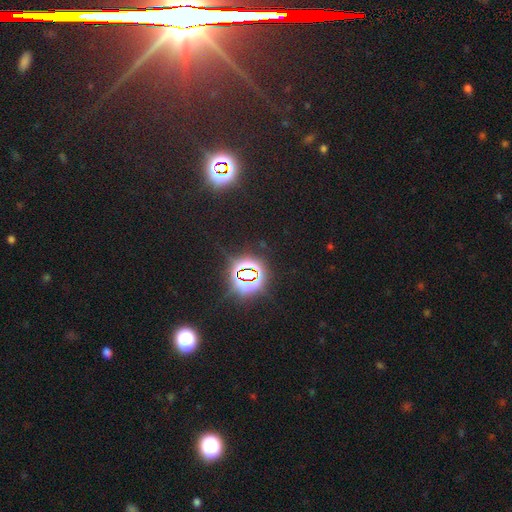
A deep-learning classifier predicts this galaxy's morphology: This appears to be a star or artifact, not a galaxy (78%).